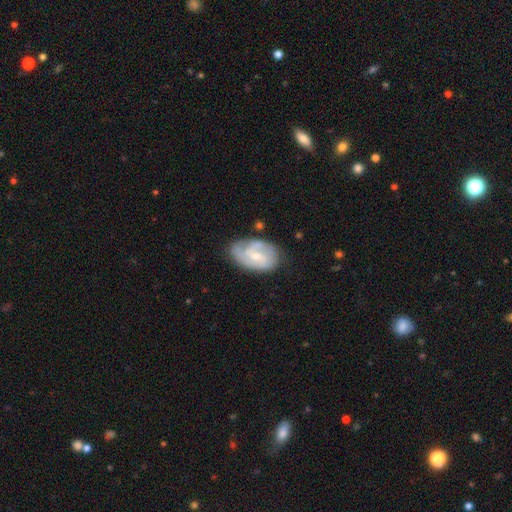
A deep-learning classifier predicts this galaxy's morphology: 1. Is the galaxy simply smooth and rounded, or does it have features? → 73% featured or disk, 21% smooth, 6% star or artifact.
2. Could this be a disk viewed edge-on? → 97% no, 3% yes.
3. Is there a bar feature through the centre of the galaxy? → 48% weak, 41% no, 11% strong.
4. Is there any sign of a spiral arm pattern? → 89% yes, 11% no.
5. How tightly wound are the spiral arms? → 43% medium, 42% tight, 16% loose.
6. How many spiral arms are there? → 50% 2, 24% can't tell, 15% 3, 6% 1, 3% 4, 2% more than 4.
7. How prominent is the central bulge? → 60% small, 34% moderate, 3% none, 1% large, 1% dominant.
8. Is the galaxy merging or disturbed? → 61% none, 26% minor disturbance, 9% major disturbance, 4% merger.